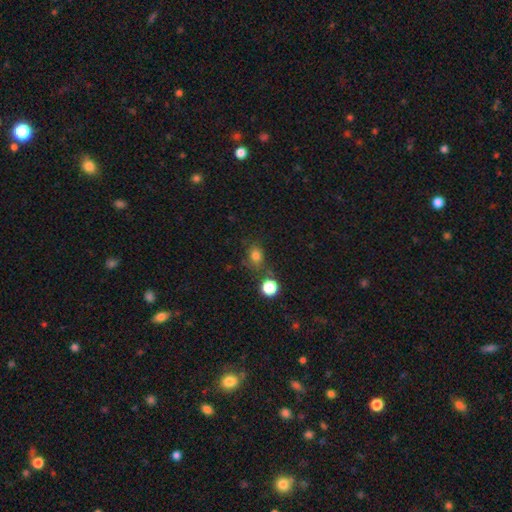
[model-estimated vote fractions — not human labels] Morphology: type=smooth (78%); roundness=round (58%); merging=none (66%).